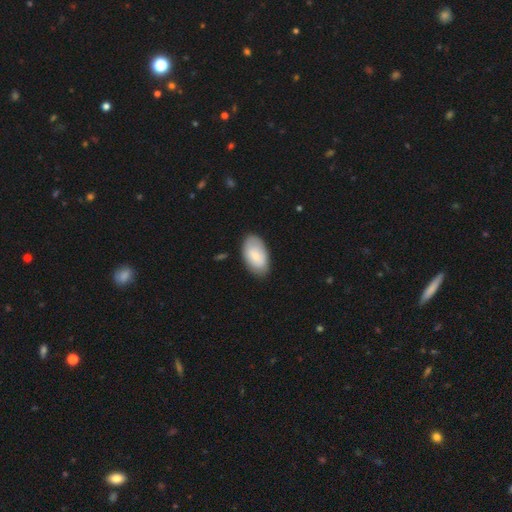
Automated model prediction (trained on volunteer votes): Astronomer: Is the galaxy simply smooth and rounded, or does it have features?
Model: smooth — 76%.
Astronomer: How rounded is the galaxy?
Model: in between — 95%.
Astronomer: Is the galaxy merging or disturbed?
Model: none — 80%.